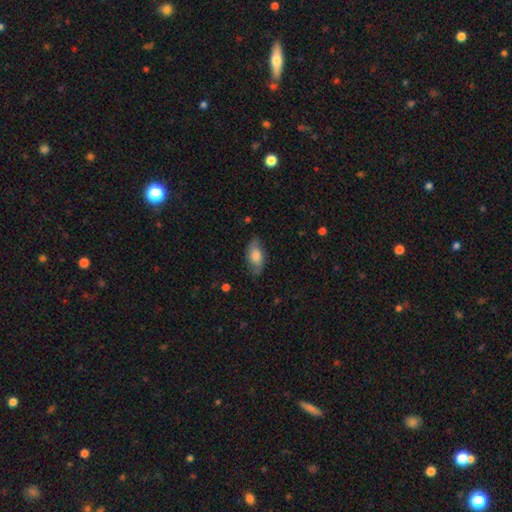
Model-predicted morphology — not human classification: Smooth or featured? Predicted: smooth (p=0.61). How rounded? Predicted: in between (p=0.88). Merging? Predicted: none (p=0.72).